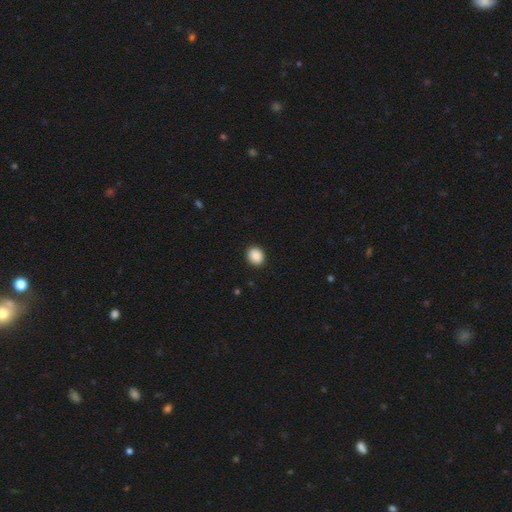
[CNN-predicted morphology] Smooth or featured? Predicted: smooth (p=0.89). How rounded? Predicted: round (p=0.73). Merging? Predicted: none (p=0.92).